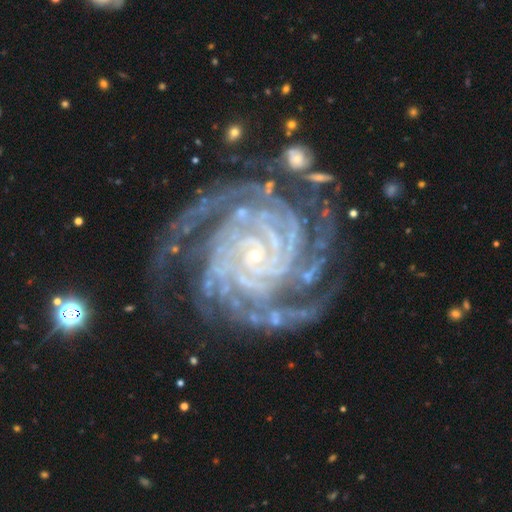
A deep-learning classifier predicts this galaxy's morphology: featured or disk 93%, star or artifact 5%, smooth 2%. Down the decision tree: edge-on disk — no (98%); bar — no (67%); spiral arms — yes (99%); spiral arm count — 4 (29%); spiral winding — tight (82%); bulge size — small (86%); merging — none (72%).